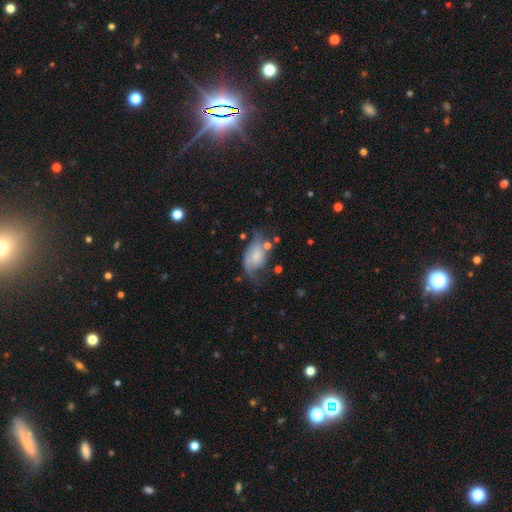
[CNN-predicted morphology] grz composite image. It shows a featured or disk galaxy (55%) with no bar (70%), spiral arms (81%) and a small central bulge (47%). Merging: none (34%).